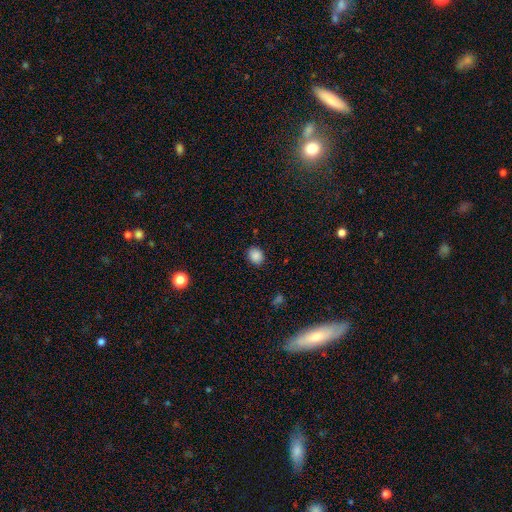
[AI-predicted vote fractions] This is clearly a smooth galaxy (87%). How rounded: possibly round (57%). Merging: clearly none (87%).